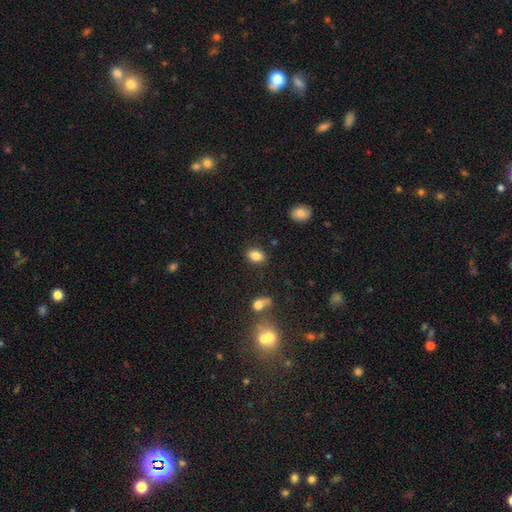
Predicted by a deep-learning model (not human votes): Q: Smooth or featured?
A: smooth (83%); runner-up: star or artifact (10%)
Q: How rounded?
A: in between (76%); runner-up: round (22%)
Q: Merging?
A: none (84%); runner-up: minor disturbance (10%)